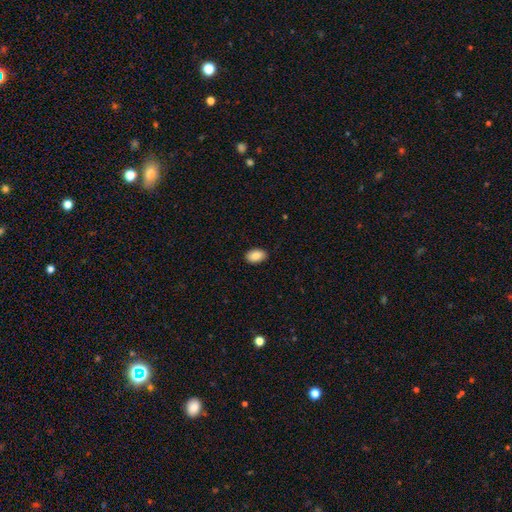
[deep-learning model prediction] smooth 87%, star or artifact 7%, featured or disk 6%. Down the decision tree: how rounded — in between (91%); merging — none (89%).